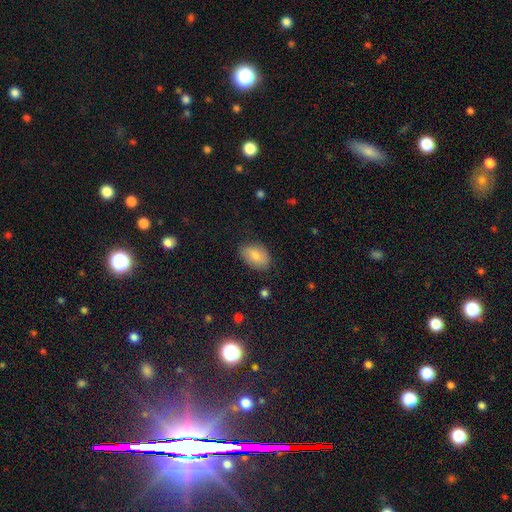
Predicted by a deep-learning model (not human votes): Smooth or featured? smooth (78%)
How rounded? in between (89%)
Merging? none (78%)